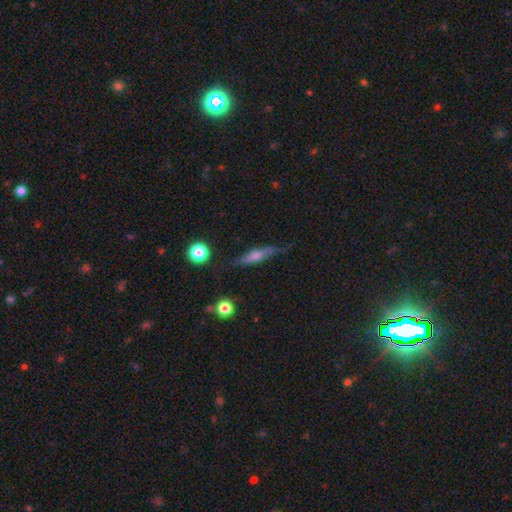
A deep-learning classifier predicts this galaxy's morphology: The model was most divided on "smooth or featured": featured or disk: 58%, smooth: 34%, star or artifact: 9%. More confident: edge-on disk — yes (91%); edge-on bulge — rounded (76%); merging — none (74%).